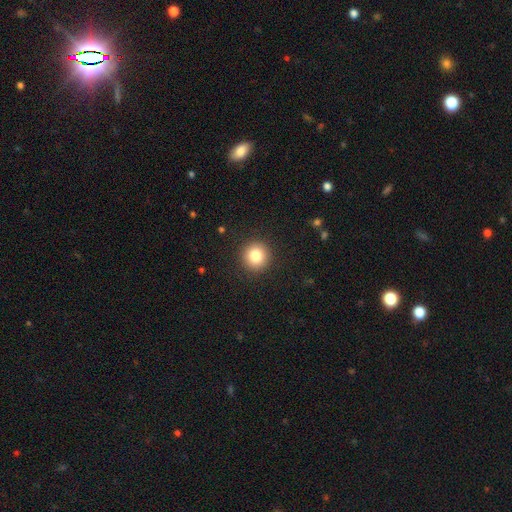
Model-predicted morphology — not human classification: This appears to be a smooth galaxy with no disk features (83%) that is round (95%). Merging: none (92%).